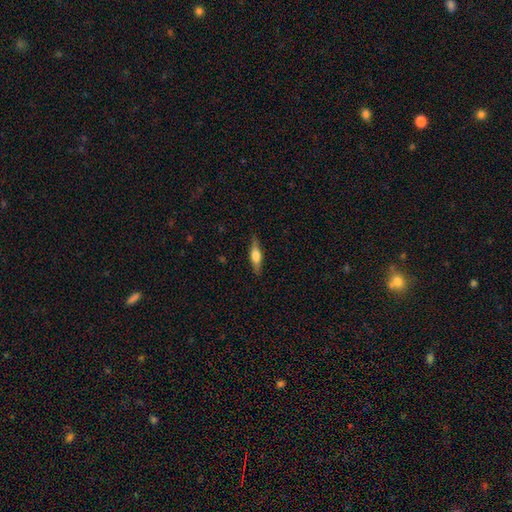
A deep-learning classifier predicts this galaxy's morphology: Q: Smooth or featured?
A: smooth (54%); runner-up: featured or disk (40%)
Q: How rounded?
A: cigar-shaped (63%); runner-up: in between (35%)
Q: Merging?
A: none (85%); runner-up: minor disturbance (12%)